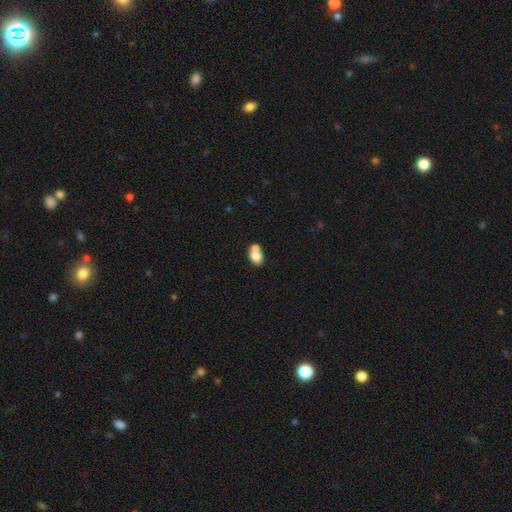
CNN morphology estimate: Smooth or featured: smooth — 78% (featured or disk — 13%)
How rounded: in between — 59% (round — 40%)
Merging: merger — 53% (none — 34%)